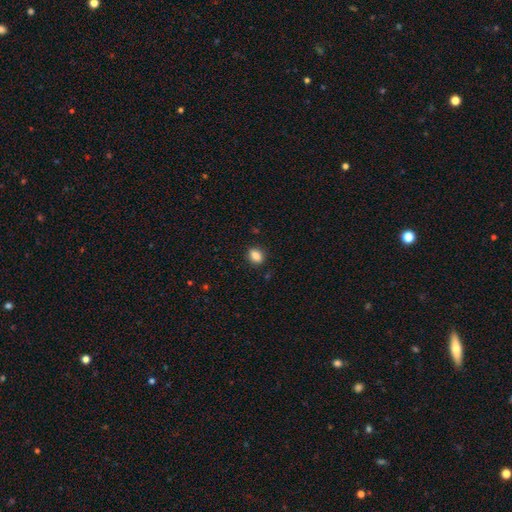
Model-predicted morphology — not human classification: smooth_or_featured: smooth (p=0.87) [alt: star or artifact p=0.09]
how_rounded: in between (p=0.68) [alt: round p=0.30]
merging: none (p=0.86) [alt: minor disturbance p=0.10]